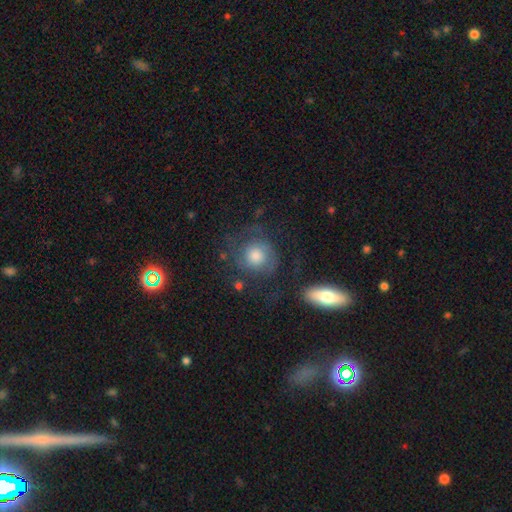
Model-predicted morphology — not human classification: smooth-or-featured: smooth: 50% | featured or disk: 39% | star or artifact: 11%
  how-rounded: round: 82% | in between: 16% | cigar-shaped: 2%
  merging: none: 63% | minor disturbance: 18% | major disturbance: 15% | merger: 5%